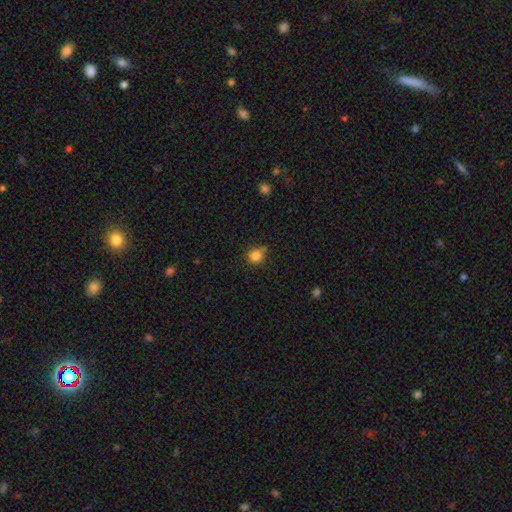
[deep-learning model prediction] Smooth or featured? smooth (83%)
How rounded? round (87%)
Merging? none (67%)